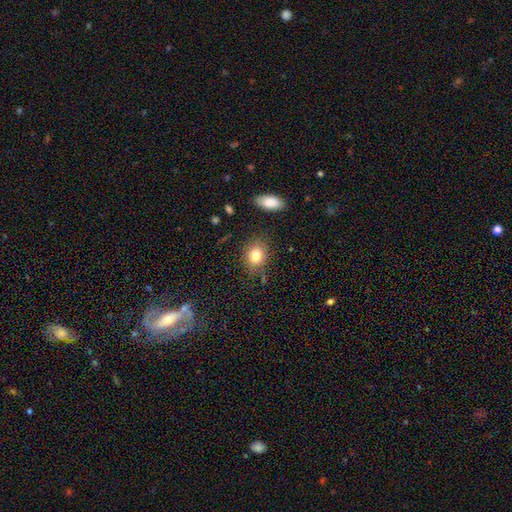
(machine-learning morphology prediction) A smooth galaxy with no disk features (81%) that is in between round and cigar-shaped (51%). Merging: none (77%).